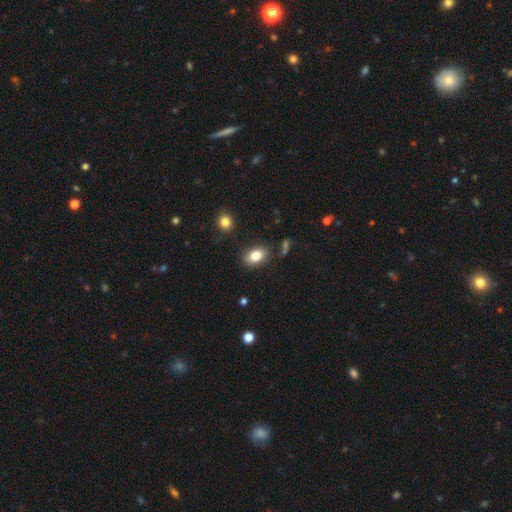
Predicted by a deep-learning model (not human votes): The model was most divided on "how rounded": in between: 82%, round: 17%, cigar-shaped: 1%. More confident: merging — none (84%); smooth or featured — smooth (82%).